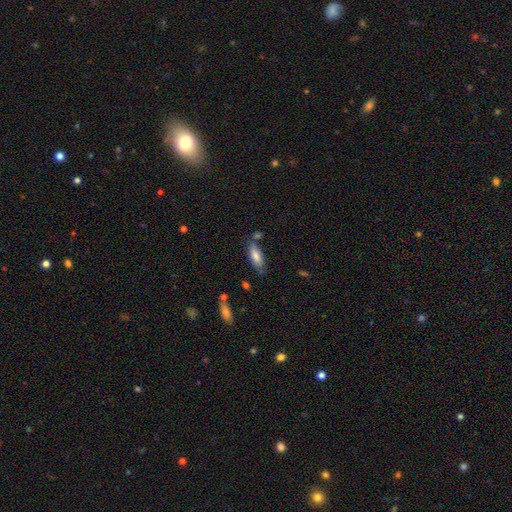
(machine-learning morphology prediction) Smooth or featured?
  - smooth: 76% *
  - featured or disk: 18%
  - star or artifact: 7%
How rounded?
  - in between: 66% *
  - cigar-shaped: 33%
  - round: 2%
Merging?
  - none: 65% *
  - minor disturbance: 20%
  - merger: 10%
  - major disturbance: 5%